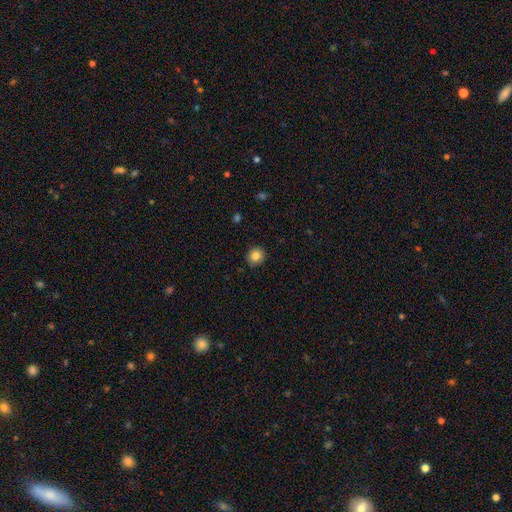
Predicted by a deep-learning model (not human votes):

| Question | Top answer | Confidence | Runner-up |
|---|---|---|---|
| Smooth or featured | smooth | 85% | star or artifact (10%) |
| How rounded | round | 86% | in between (13%) |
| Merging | none | 91% | minor disturbance (7%) |